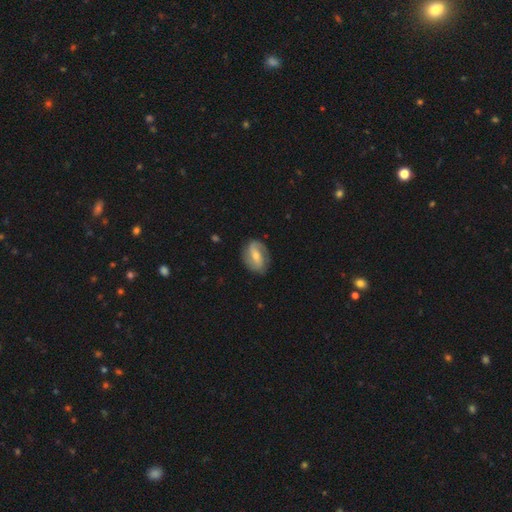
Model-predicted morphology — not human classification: smooth_or_featured: featured or disk (p=0.69) [alt: smooth p=0.25]
disk_edge_on: no (p=0.96) [alt: yes p=0.04]
bar: weak (p=0.41) [alt: strong p=0.35]
has_spiral_arms: yes (p=0.87) [alt: no p=0.13]
spiral_winding: medium (p=0.39) [alt: loose p=0.32]
spiral_arm_count: 2 (p=0.82) [alt: can't tell p=0.09]
bulge_size: moderate (p=0.48) [alt: small p=0.46]
merging: none (p=0.79) [alt: minor disturbance p=0.15]